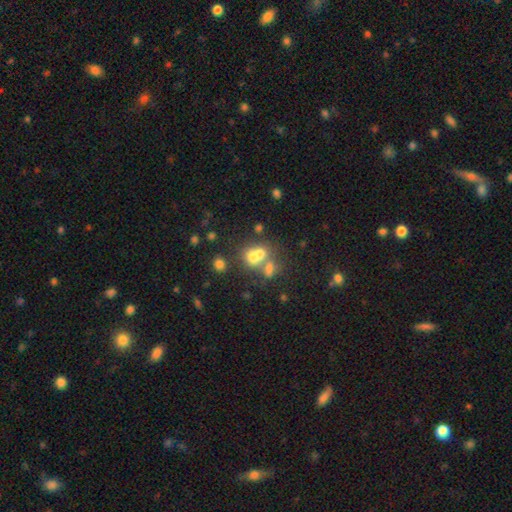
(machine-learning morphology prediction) This appears to be a smooth galaxy with no disk features (60%) that is round (59%). Merging: merger (56%).